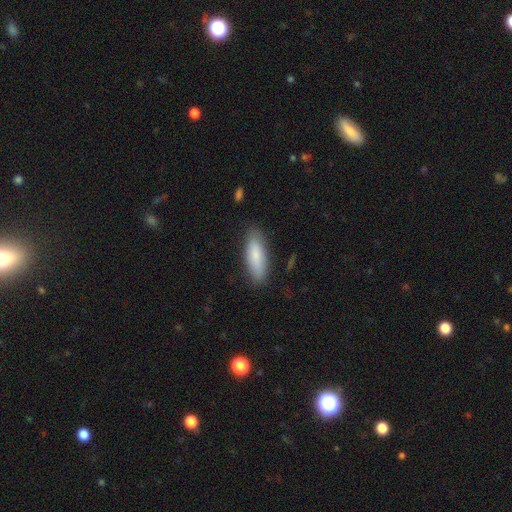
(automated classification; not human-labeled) smooth_or_featured: smooth (p=0.83) [alt: featured or disk p=0.11]
how_rounded: in between (p=0.53) [alt: cigar-shaped p=0.45]
merging: none (p=0.83) [alt: minor disturbance p=0.13]